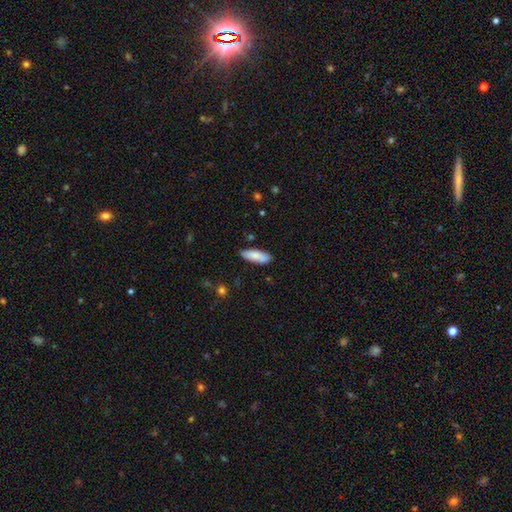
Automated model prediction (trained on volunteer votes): A smooth galaxy with no disk features (83%) that is in between round and cigar-shaped (60%).

Vote fractions:
- Smooth or featured? smooth: 83% / featured or disk: 11% / star or artifact: 6%
- How rounded? in between: 60% / cigar-shaped: 38% / round: 2%
- Merging? none: 81% / minor disturbance: 14% / major disturbance: 2% / merger: 2%